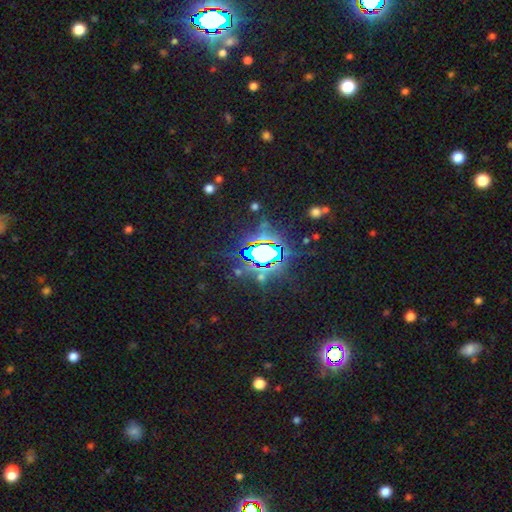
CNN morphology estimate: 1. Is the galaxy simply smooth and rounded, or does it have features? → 84% star or artifact, 9% smooth, 7% featured or disk.